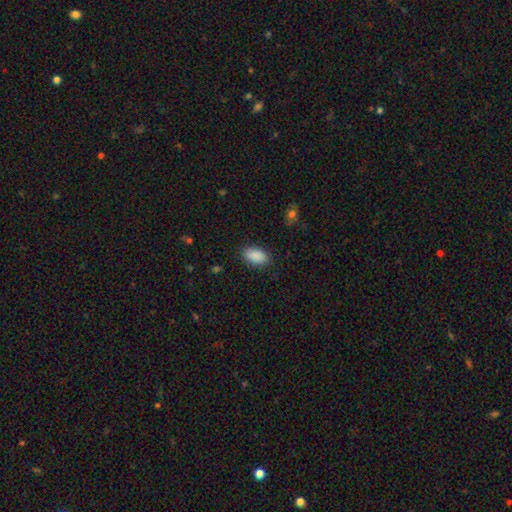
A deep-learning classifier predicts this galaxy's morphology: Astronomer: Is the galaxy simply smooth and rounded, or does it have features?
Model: smooth — 90%.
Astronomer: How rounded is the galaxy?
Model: in between — 93%.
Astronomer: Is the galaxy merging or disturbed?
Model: none — 87%.